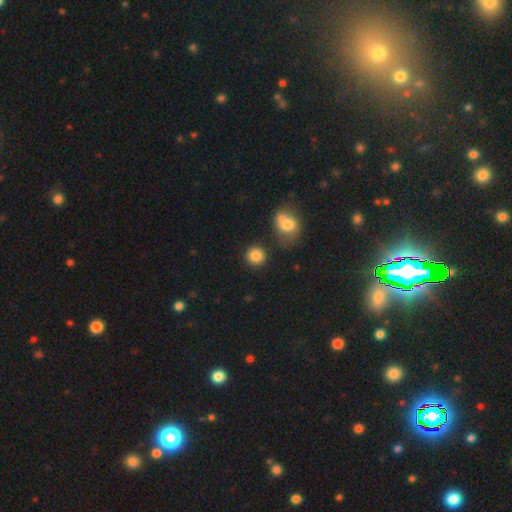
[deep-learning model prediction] A smooth galaxy with no disk features (84%) that is round (90%). Merging: none (82%).